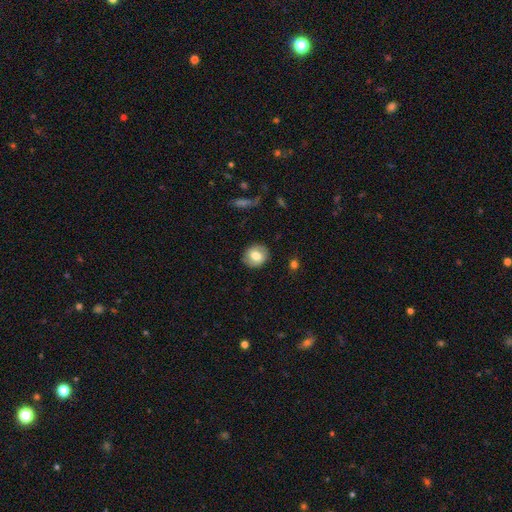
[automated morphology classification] smooth_or_featured: smooth (p=0.71) [alt: featured or disk p=0.22]
how_rounded: round (p=0.75) [alt: in between p=0.24]
merging: none (p=0.87) [alt: minor disturbance p=0.10]